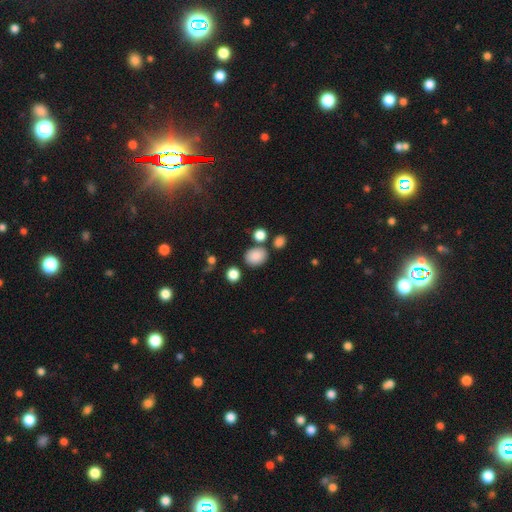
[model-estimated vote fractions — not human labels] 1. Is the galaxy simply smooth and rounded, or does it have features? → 85% smooth, 10% star or artifact, 5% featured or disk.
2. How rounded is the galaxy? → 56% in between, 43% round, 1% cigar-shaped.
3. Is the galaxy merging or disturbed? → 73% none, 12% minor disturbance, 12% merger, 4% major disturbance.